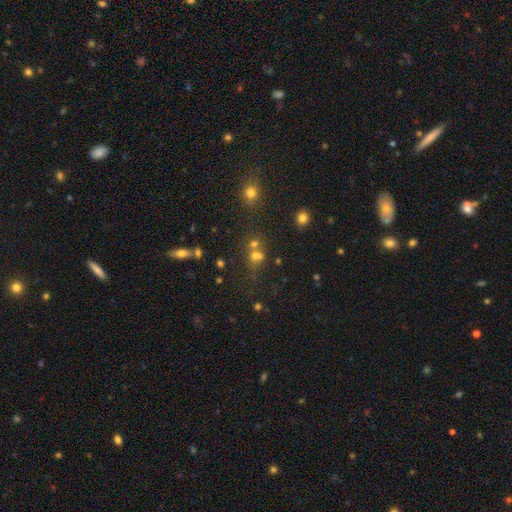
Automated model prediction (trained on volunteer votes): Smooth or featured?
  - smooth: 59% *
  - star or artifact: 26%
  - featured or disk: 14%
How rounded?
  - round: 73% *
  - in between: 25%
  - cigar-shaped: 2%
Merging?
  - merger: 44% *
  - none: 42%
  - minor disturbance: 9%
  - major disturbance: 6%